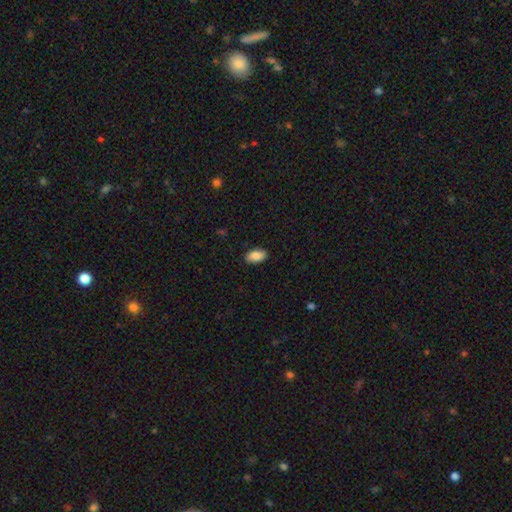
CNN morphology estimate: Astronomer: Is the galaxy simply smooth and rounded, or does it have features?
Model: smooth — 86%.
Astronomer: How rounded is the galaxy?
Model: in between — 93%.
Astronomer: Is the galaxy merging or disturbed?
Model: none — 89%.